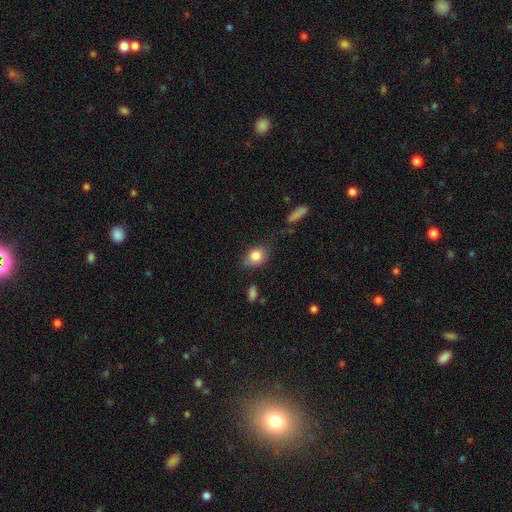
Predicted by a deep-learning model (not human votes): Overall: smooth (81%). How rounded: in between (56%; round 42%). Merging: none (61%; minor disturbance 26%).